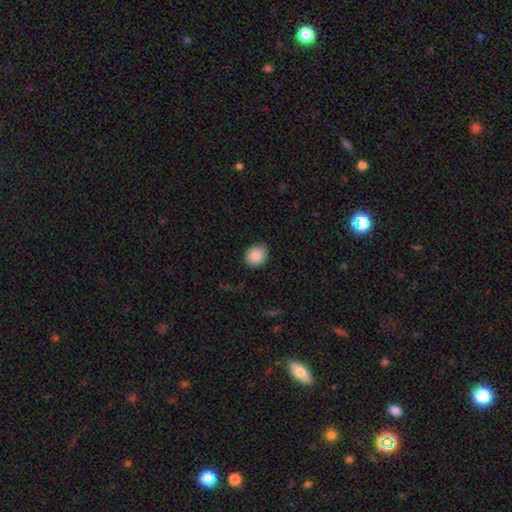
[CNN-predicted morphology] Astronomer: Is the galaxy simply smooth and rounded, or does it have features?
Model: smooth — 89%.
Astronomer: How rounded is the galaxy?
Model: round — 68%.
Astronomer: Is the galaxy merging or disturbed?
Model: none — 81%.